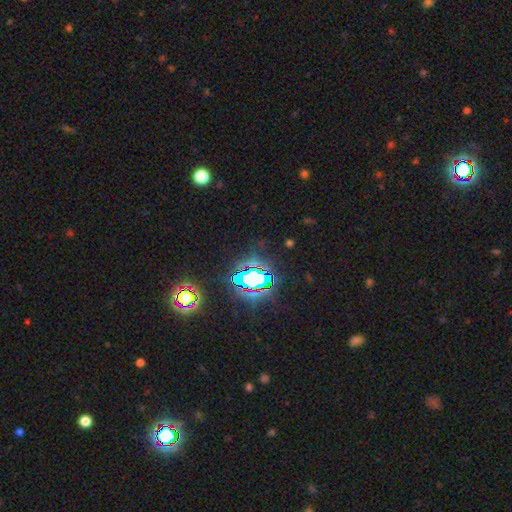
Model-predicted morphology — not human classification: A star or artifact, not a galaxy (78%).

Vote fractions:
- Smooth or featured? star or artifact: 78% / smooth: 14% / featured or disk: 8%